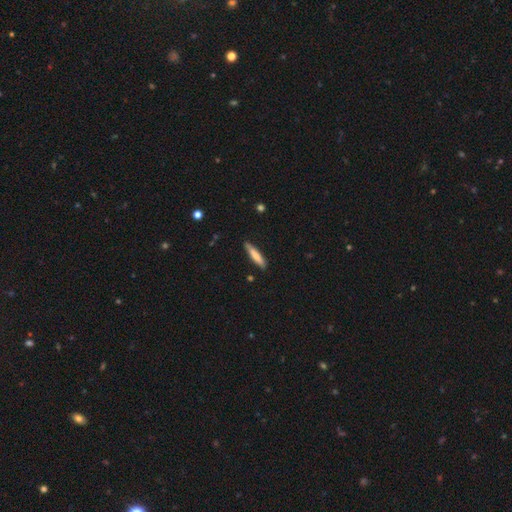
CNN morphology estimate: This is likely a smooth galaxy (74%). How rounded: clearly cigar-shaped (88%). Merging: clearly none (85%).